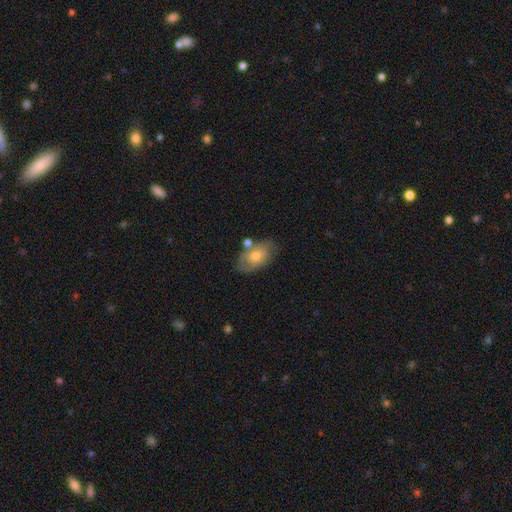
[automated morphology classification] smooth_or_featured: smooth (p=0.60) [alt: featured or disk p=0.33]
how_rounded: in between (p=0.89) [alt: round p=0.09]
merging: none (p=0.62) [alt: minor disturbance p=0.21]